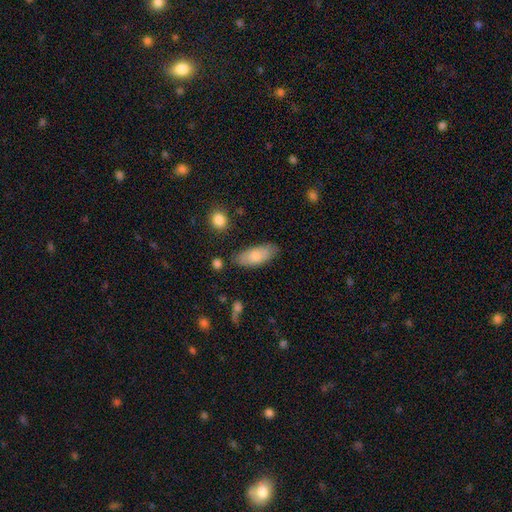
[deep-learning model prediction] smooth_or_featured: smooth (p=0.77) [alt: featured or disk p=0.17]
how_rounded: in between (p=0.83) [alt: cigar-shaped p=0.15]
merging: none (p=0.77) [alt: minor disturbance p=0.17]